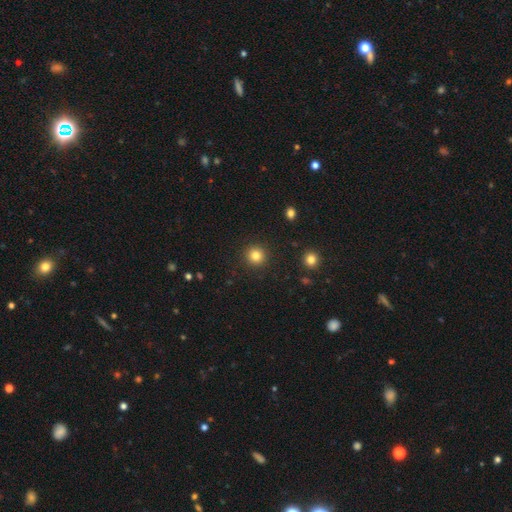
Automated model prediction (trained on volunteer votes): Smooth or featured? smooth (82%)
How rounded? round (94%)
Merging? none (92%)